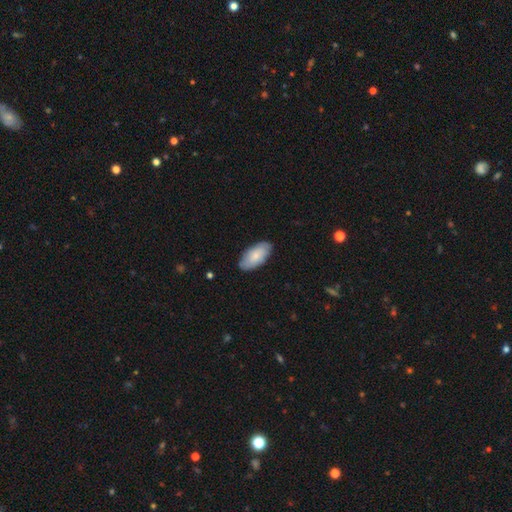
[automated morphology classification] A smooth galaxy with no disk features (76%) that is in between round and cigar-shaped (94%).

Vote fractions:
- Smooth or featured? smooth: 76% / featured or disk: 19% / star or artifact: 6%
- How rounded? in between: 94% / cigar-shaped: 5% / round: 2%
- Merging? none: 83% / minor disturbance: 13% / major disturbance: 2% / merger: 1%